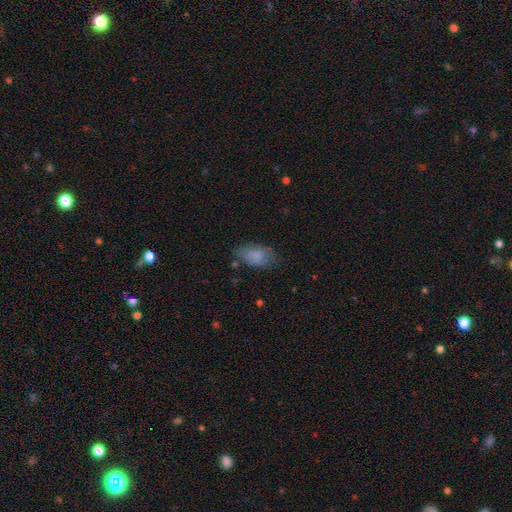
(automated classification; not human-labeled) Q: Smooth or featured?
A: smooth (81%); runner-up: featured or disk (11%)
Q: How rounded?
A: in between (92%); runner-up: round (5%)
Q: Merging?
A: none (63%); runner-up: minor disturbance (25%)